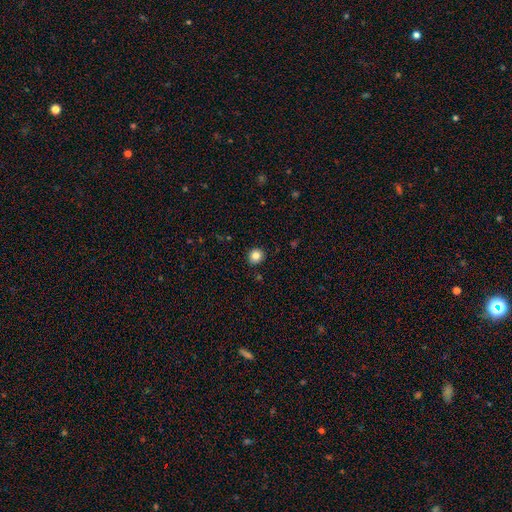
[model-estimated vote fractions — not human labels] A smooth galaxy with no disk features (84%) that is round (89%). Merging: none (92%).